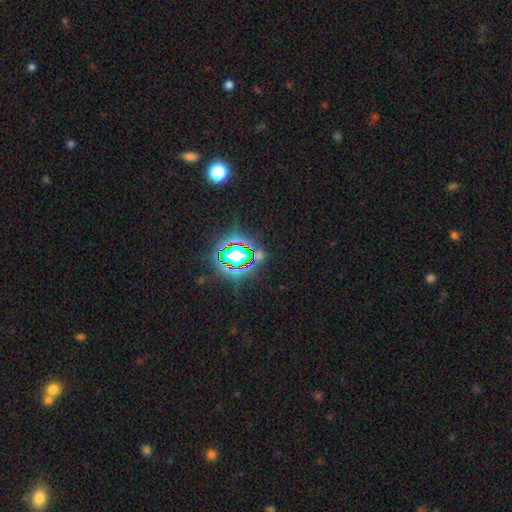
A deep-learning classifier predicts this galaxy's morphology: Smooth or featured?
  - star or artifact: 73% *
  - smooth: 17%
  - featured or disk: 10%